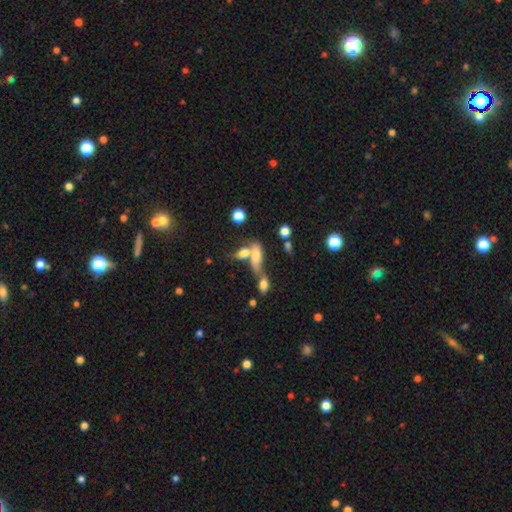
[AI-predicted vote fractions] This appears to be a smooth galaxy with no disk features (67%) that is in between round and cigar-shaped (61%). Merging: merger (52%).